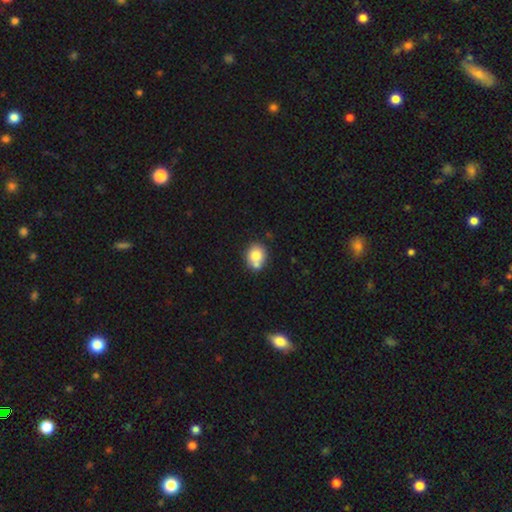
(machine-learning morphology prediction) smooth 77%, featured or disk 14%, star or artifact 9%. Down the decision tree: how rounded — round (66%); merging — none (53%).